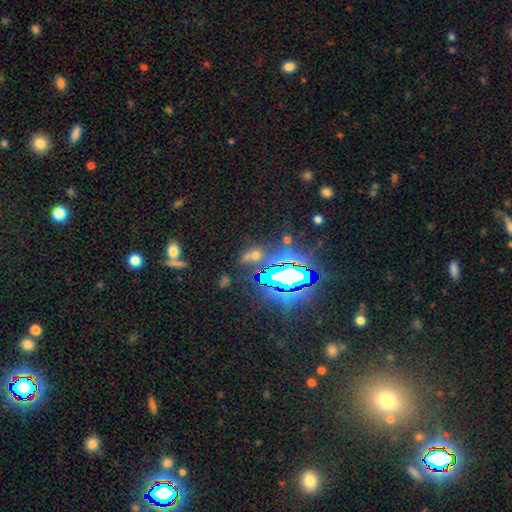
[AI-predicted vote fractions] Smooth or featured?
  - star or artifact: 63% *
  - smooth: 25%
  - featured or disk: 13%